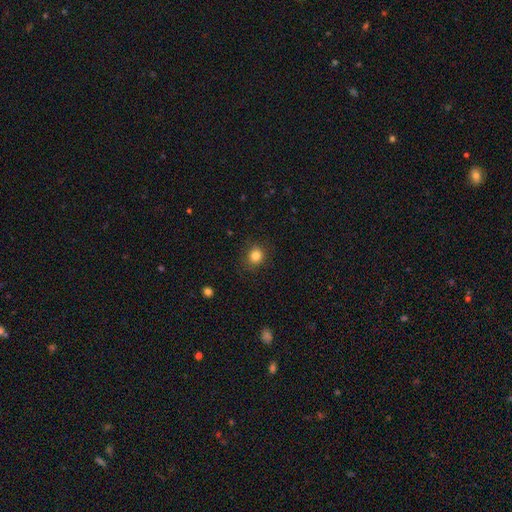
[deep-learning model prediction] Overall: smooth (82%). How rounded: round (80%). Merging: none (87%).